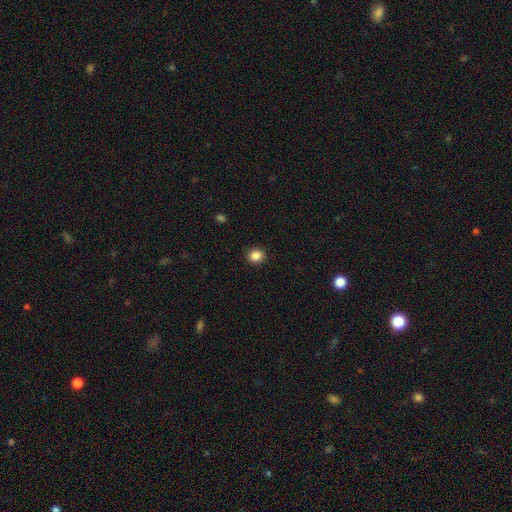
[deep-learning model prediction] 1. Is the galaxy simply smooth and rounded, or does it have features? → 85% smooth, 11% star or artifact, 4% featured or disk.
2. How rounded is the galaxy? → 86% round, 13% in between, 1% cigar-shaped.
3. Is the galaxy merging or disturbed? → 92% none, 5% minor disturbance, 2% major disturbance, 1% merger.